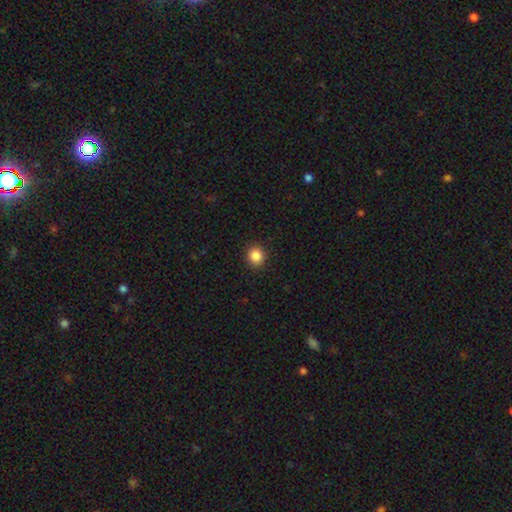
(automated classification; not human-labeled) Smooth or featured? Predicted: smooth (p=0.86). How rounded? Predicted: round (p=0.88). Merging? Predicted: none (p=0.92).